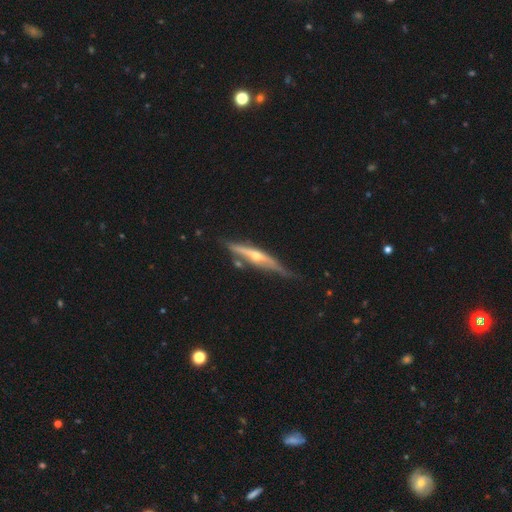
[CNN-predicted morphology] type=featured or disk (78%); edge-on=yes (95%); edge-on bulge=rounded (86%); merging=none (66%).